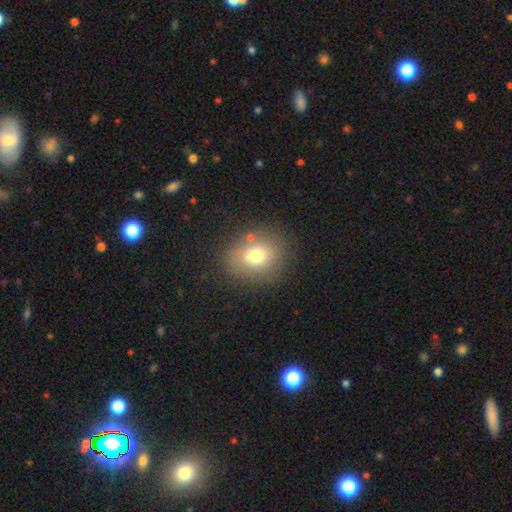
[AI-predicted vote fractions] A smooth galaxy with no disk features (71%) that is round (63%).

Vote fractions:
- Smooth or featured? smooth: 71% / featured or disk: 16% / star or artifact: 13%
- How rounded? round: 63% / in between: 36% / cigar-shaped: 1%
- Merging? none: 79% / minor disturbance: 13% / major disturbance: 5% / merger: 3%